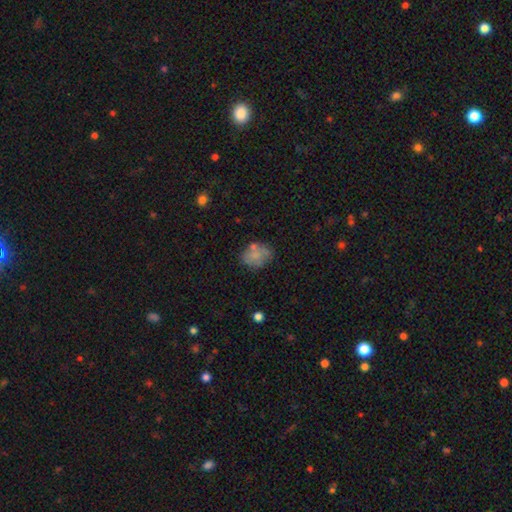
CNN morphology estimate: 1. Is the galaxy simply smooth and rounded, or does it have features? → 64% smooth, 25% featured or disk, 10% star or artifact.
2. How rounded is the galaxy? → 61% in between, 37% round, 1% cigar-shaped.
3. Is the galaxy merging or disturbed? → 56% none, 23% minor disturbance, 11% merger, 10% major disturbance.